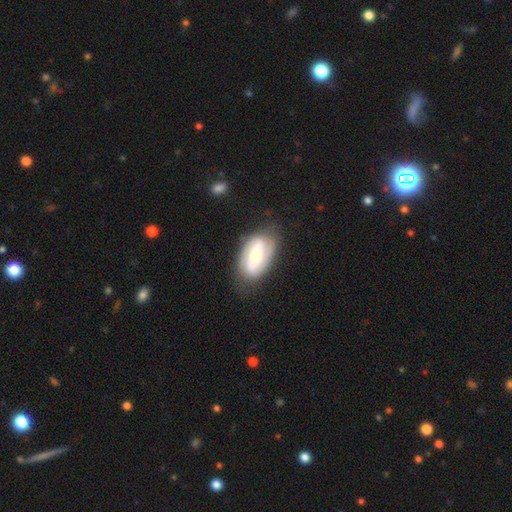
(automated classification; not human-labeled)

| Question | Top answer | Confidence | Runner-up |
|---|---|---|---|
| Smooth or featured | featured or disk | 61% | smooth (33%) |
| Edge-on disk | no | 94% | yes (6%) |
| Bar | weak | 36% | no (35%) |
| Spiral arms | yes | 75% | no (25%) |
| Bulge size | moderate | 49% | small (44%) |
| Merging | none | 71% | minor disturbance (20%) |